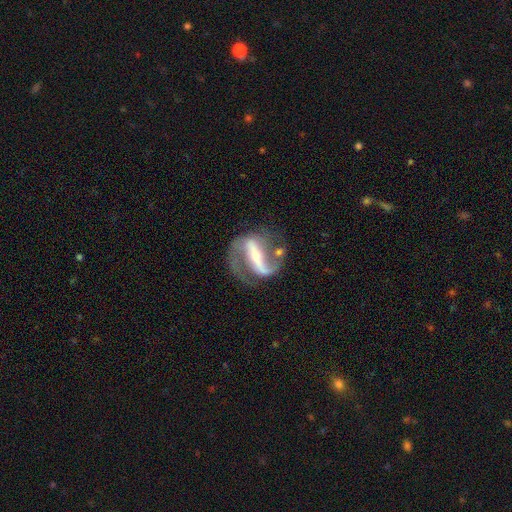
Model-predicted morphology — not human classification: Overall: featured or disk (88%). Edge-on disk: no (93%). Bar: strong (75%). Spiral arms: yes (92%). Spiral arm count: 2 (84%). Spiral winding: medium (43%; loose 42%). Bulge size: small (58%; moderate 32%). Merging: none (62%).